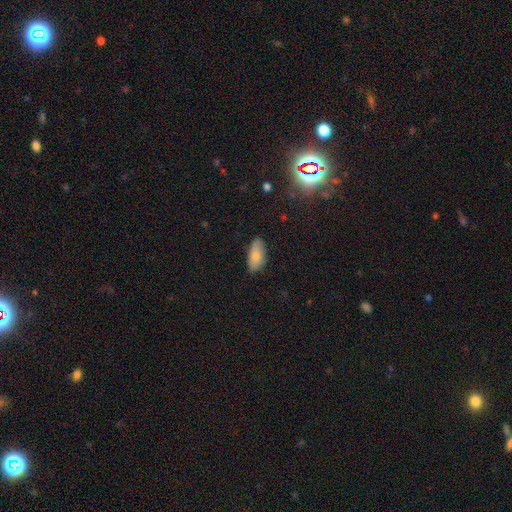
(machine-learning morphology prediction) Smooth or featured? smooth (80%)
How rounded? in between (89%)
Merging? none (79%)